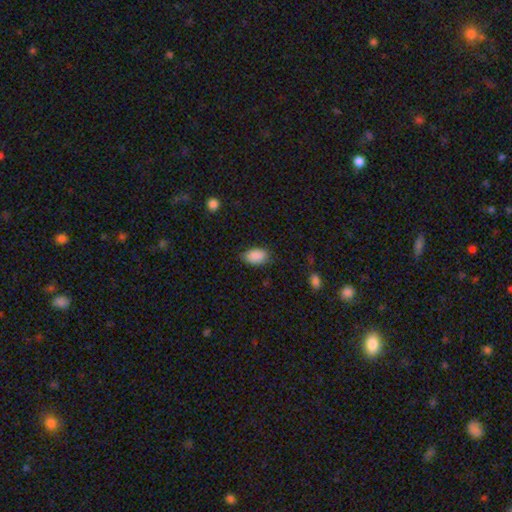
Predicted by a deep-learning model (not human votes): smooth 89%, star or artifact 7%, featured or disk 4%. Down the decision tree: how rounded — in between (90%); merging — none (79%).